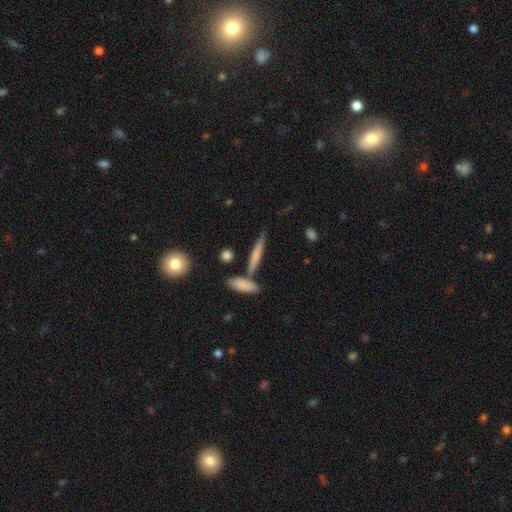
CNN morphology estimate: Overall: smooth (63%; featured or disk 29%). How rounded: cigar-shaped (88%). Merging: none (70%).